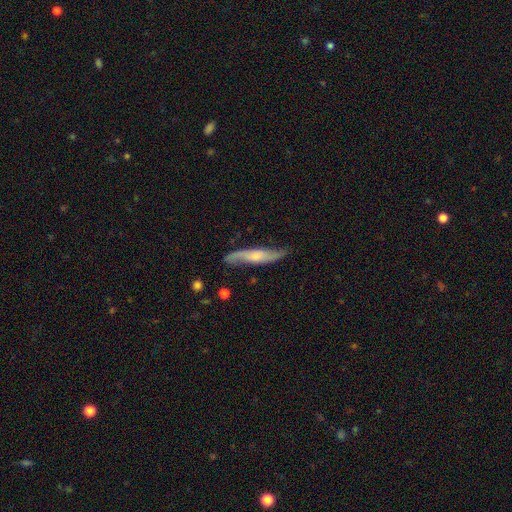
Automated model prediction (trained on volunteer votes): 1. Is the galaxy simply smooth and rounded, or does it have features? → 70% featured or disk, 24% smooth, 6% star or artifact.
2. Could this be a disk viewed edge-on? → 57% no, 43% yes.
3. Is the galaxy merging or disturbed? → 75% none, 19% minor disturbance, 5% major disturbance, 2% merger.